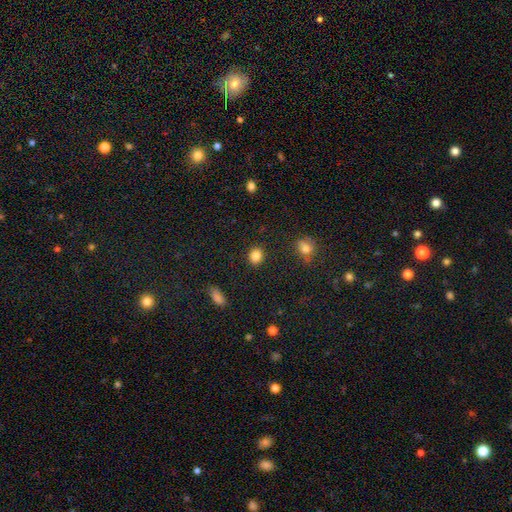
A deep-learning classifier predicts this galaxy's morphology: Overall: smooth (85%). How rounded: round (69%; in between 30%). Merging: none (88%).